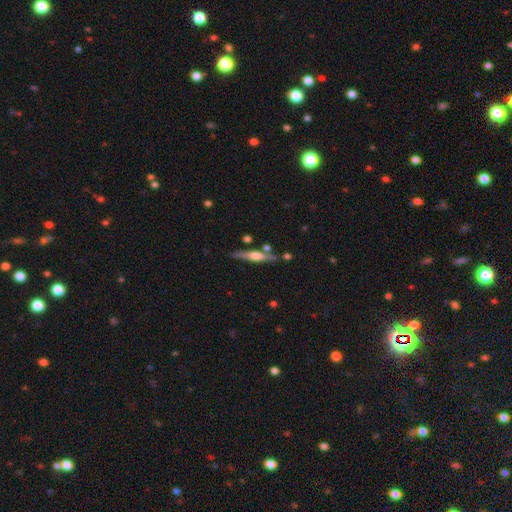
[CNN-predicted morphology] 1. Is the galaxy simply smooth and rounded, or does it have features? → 66% featured or disk, 28% smooth, 6% star or artifact.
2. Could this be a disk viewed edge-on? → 96% yes, 4% no.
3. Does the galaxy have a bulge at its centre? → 77% rounded, 15% boxy, 8% none.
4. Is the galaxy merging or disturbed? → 80% none, 11% minor disturbance, 6% merger, 3% major disturbance.